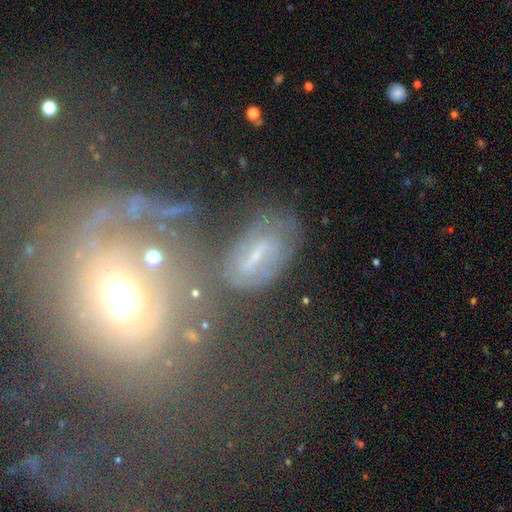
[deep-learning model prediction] smooth-or-featured: featured or disk: 63% | smooth: 23% | star or artifact: 14%
  disk-edge-on: no: 93% | yes: 7%
    bar: weak: 46% | strong: 32% | no: 22%
    has-spiral-arms: yes: 73% | no: 27%
    bulge-size: small: 63% | moderate: 24% | none: 10% | large: 2% | dominant: 1%
  merging: none: 55% | minor disturbance: 22% | major disturbance: 15% | merger: 9%